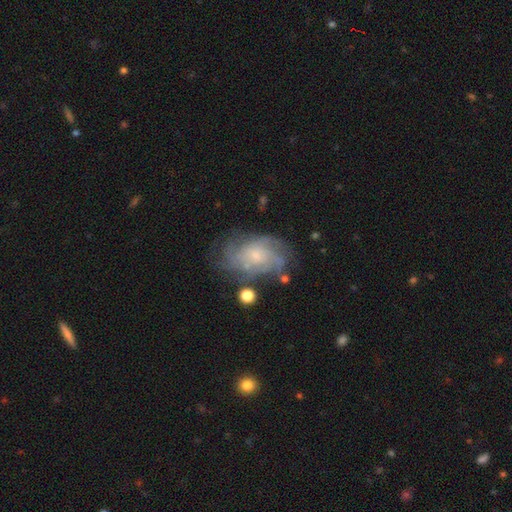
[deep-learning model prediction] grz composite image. It shows a featured or disk galaxy (76%) with no bar (75%), tight (52%) spiral arms (90%) and a small central bulge (70%). Merging: none (64%).